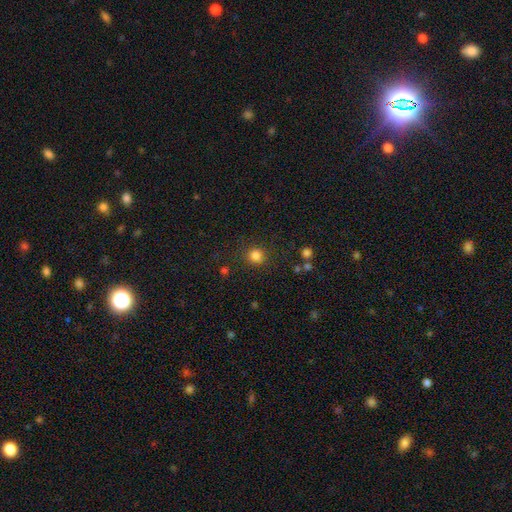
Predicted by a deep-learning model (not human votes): Smooth or featured? Predicted: smooth (p=0.83). How rounded? Predicted: round (p=0.90). Merging? Predicted: none (p=0.87).